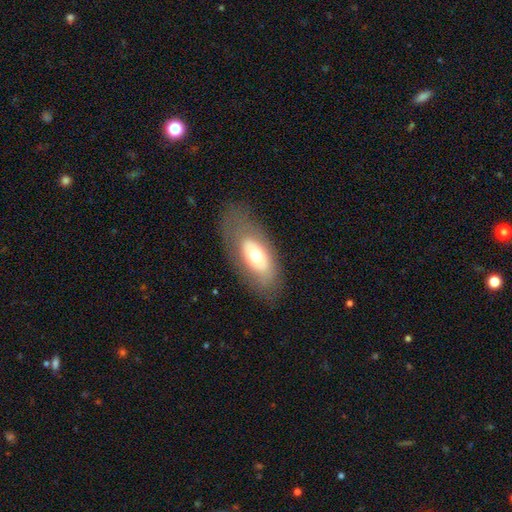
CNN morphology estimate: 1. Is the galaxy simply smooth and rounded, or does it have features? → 55% smooth, 37% featured or disk, 8% star or artifact.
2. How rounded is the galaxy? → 87% in between, 8% cigar-shaped, 5% round.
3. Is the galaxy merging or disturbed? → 69% none, 18% minor disturbance, 11% major disturbance, 1% merger.